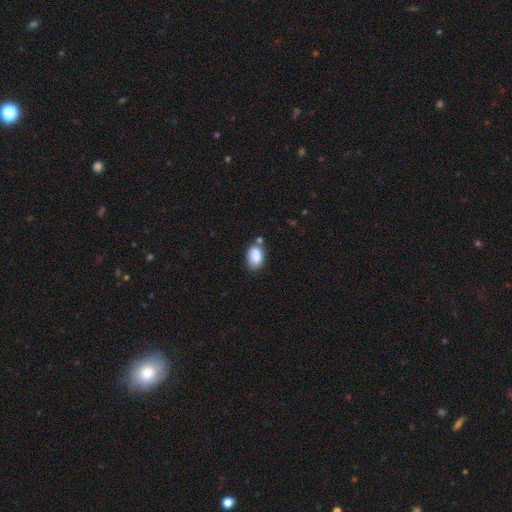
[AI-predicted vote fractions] A smooth galaxy with no disk features (85%) that is in between round and cigar-shaped (90%). Merging: none (62%).